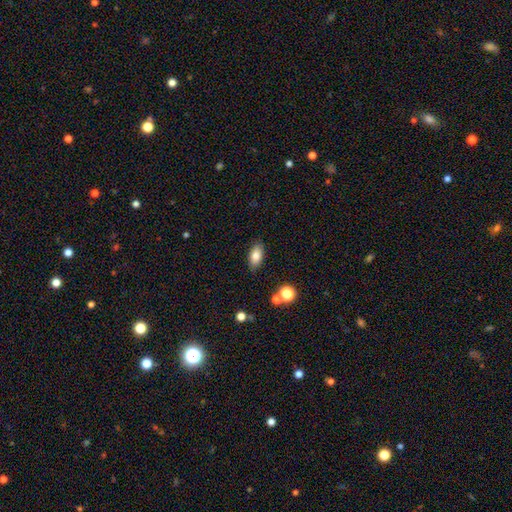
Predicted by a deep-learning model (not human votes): Smooth or featured? smooth (81%)
How rounded? in between (88%)
Merging? none (85%)